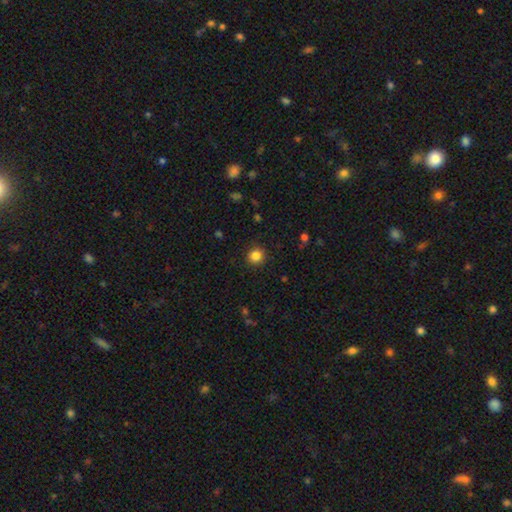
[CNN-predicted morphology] Overall: smooth (85%). How rounded: round (91%). Merging: none (91%).